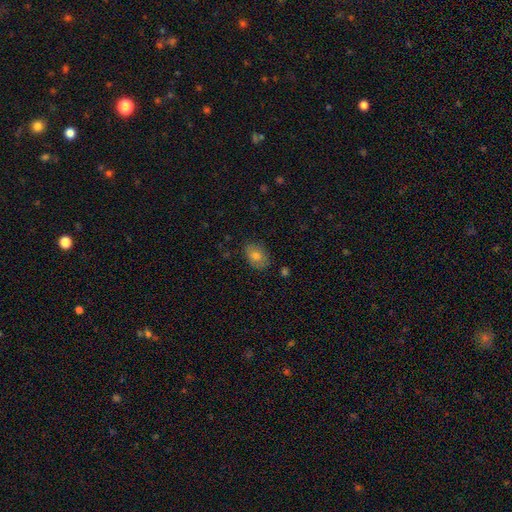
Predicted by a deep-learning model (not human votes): smooth_or_featured: smooth (p=0.76) [alt: featured or disk p=0.13]
how_rounded: in between (p=0.76) [alt: round p=0.23]
merging: none (p=0.82) [alt: minor disturbance p=0.13]